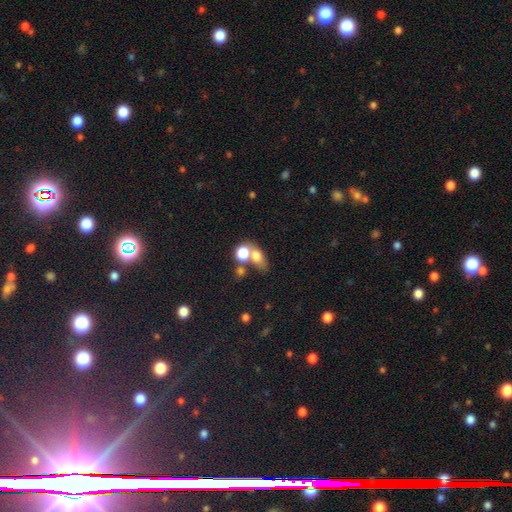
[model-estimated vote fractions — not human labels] Overall: smooth (71%). How rounded: in between (64%; round 32%). Merging: merger (48%; none 35%).